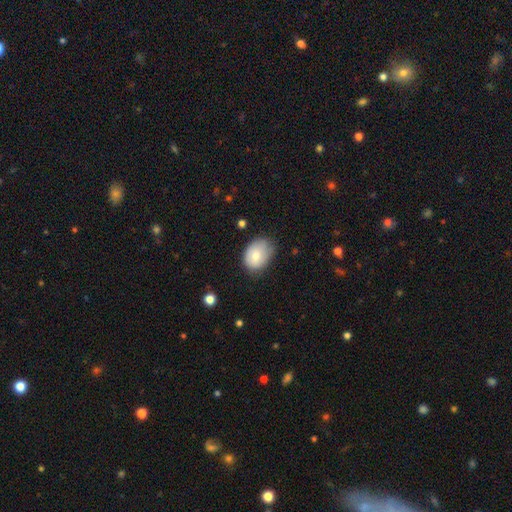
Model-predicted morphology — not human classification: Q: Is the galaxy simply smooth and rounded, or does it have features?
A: smooth — 79%.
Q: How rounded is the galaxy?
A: in between — 73%.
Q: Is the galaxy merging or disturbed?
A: none — 58%.